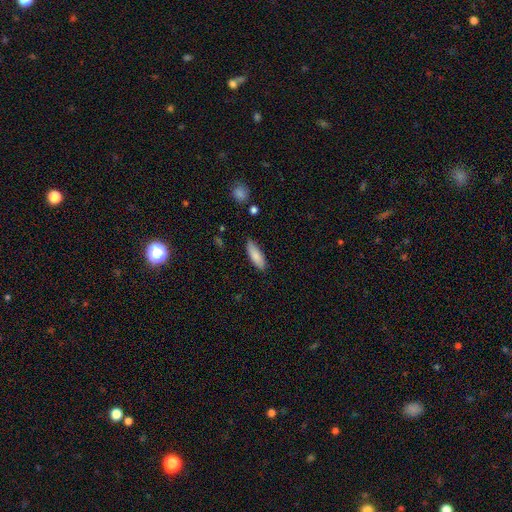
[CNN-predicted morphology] This appears to be a smooth galaxy with no disk features (85%) that is in between round and cigar-shaped (57%). Merging: none (84%).